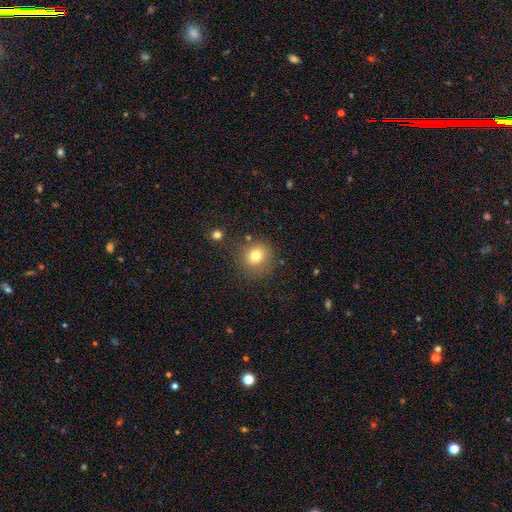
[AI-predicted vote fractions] smooth 77%, star or artifact 13%, featured or disk 10%. Down the decision tree: how rounded — round (88%); merging — none (81%).